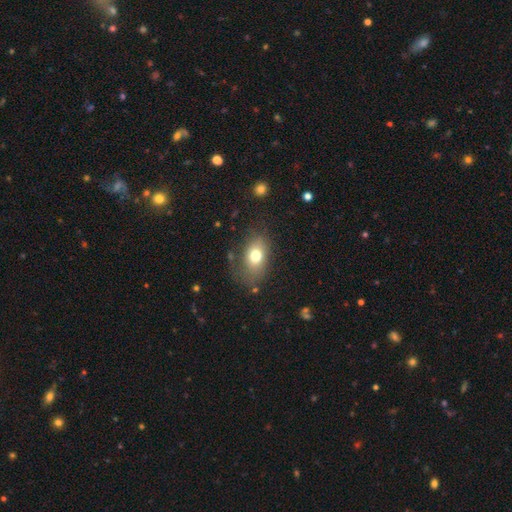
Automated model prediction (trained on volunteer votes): Smooth or featured?
  - smooth: 73% *
  - featured or disk: 17%
  - star or artifact: 10%
How rounded?
  - in between: 82% *
  - round: 16%
  - cigar-shaped: 2%
Merging?
  - none: 67% *
  - minor disturbance: 20%
  - major disturbance: 10%
  - merger: 2%